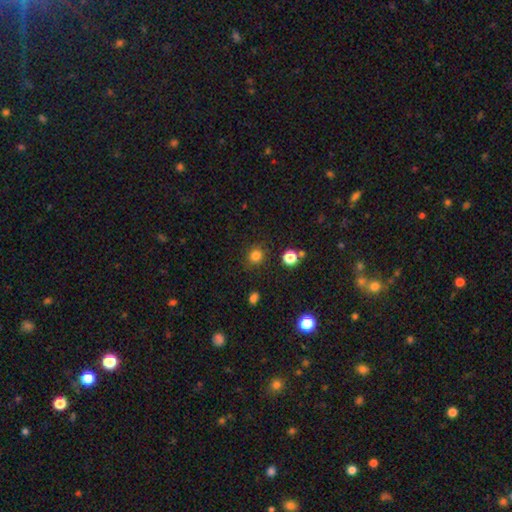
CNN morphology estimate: A smooth galaxy with no disk features (82%) that is round (87%). Merging: none (86%).